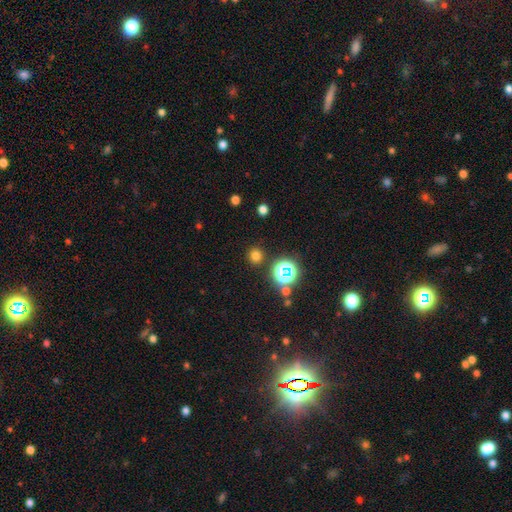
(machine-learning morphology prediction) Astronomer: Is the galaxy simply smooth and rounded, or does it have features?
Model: smooth — 71%.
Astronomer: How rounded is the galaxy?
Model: round — 92%.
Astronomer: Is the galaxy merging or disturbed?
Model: none — 89%.